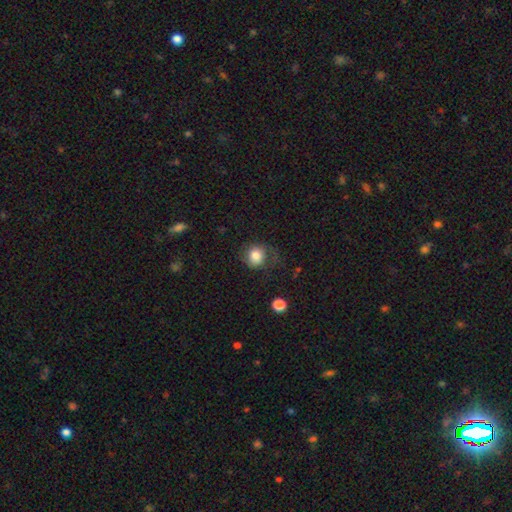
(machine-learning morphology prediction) Smooth or featured? smooth (78%)
How rounded? round (80%)
Merging? none (56%)